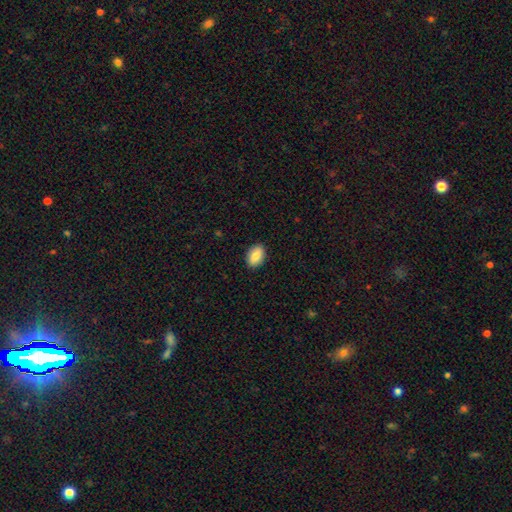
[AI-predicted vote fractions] Morphology: type=smooth (85%); roundness=in between (87%); merging=none (89%).